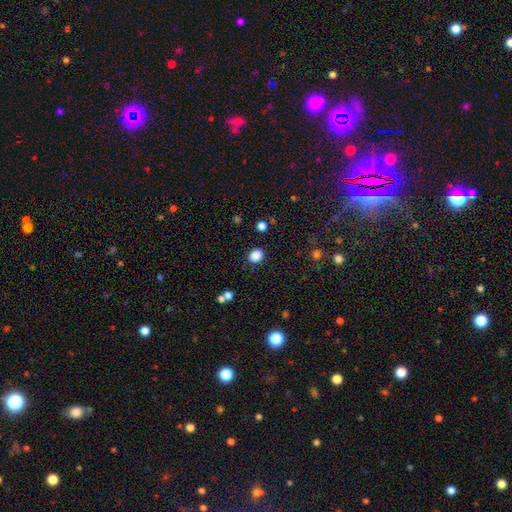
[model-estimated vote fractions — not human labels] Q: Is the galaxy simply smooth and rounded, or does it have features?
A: smooth — 86%.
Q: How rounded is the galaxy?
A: round — 56%.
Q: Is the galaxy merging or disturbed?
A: none — 87%.